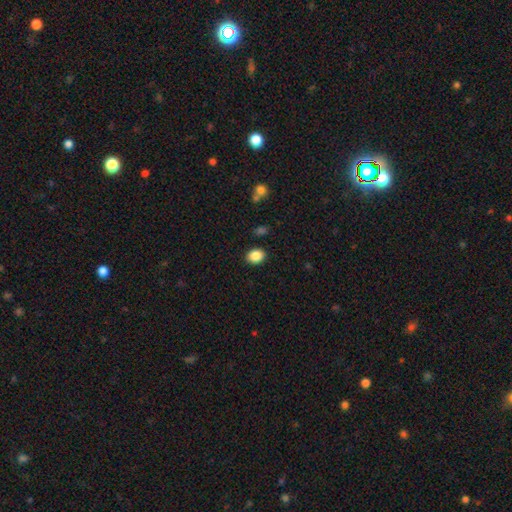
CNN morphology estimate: smooth_or_featured: smooth (p=0.87) [alt: star or artifact p=0.09]
how_rounded: in between (p=0.52) [alt: round p=0.48]
merging: none (p=0.88) [alt: minor disturbance p=0.08]